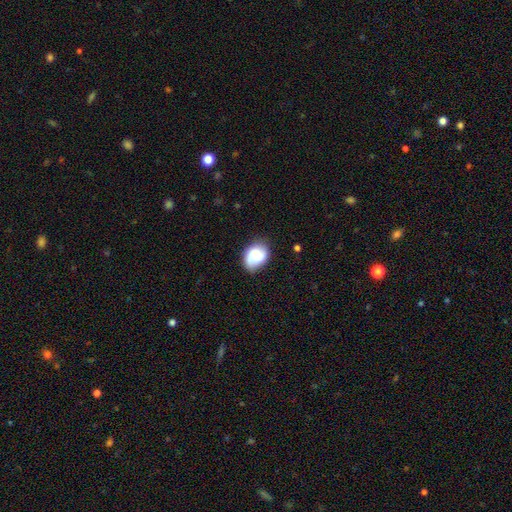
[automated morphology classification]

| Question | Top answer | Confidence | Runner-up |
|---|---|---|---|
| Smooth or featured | smooth | 62% | featured or disk (30%) |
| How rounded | in between | 61% | round (38%) |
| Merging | none | 63% | minor disturbance (27%) |